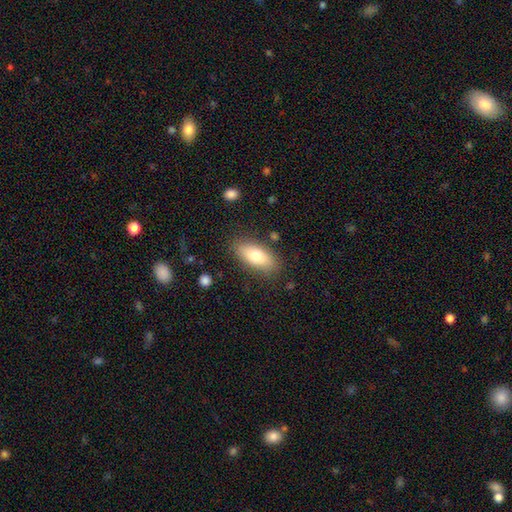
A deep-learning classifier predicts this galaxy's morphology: Smooth or featured? Predicted: smooth (p=0.77). How rounded? Predicted: in between (p=0.83). Merging? Predicted: none (p=0.84).